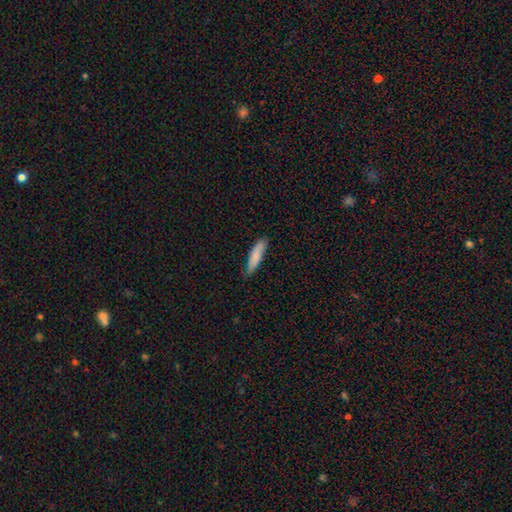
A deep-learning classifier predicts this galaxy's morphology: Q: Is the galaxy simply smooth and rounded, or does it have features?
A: smooth — 83%.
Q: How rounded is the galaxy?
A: cigar-shaped — 73%.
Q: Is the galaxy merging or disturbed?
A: none — 72%.